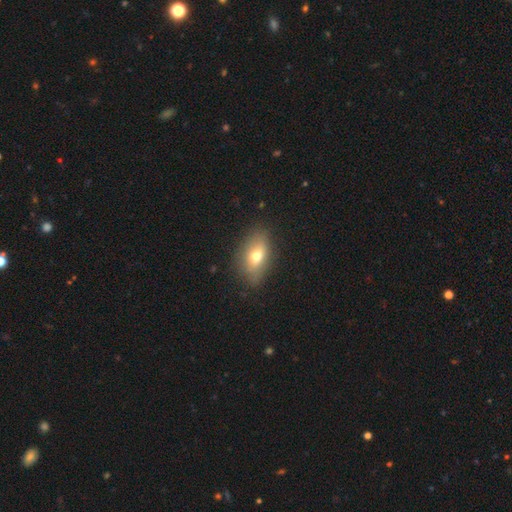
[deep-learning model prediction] Smooth or featured: smooth — 66% (featured or disk — 24%)
How rounded: in between — 84% (round — 12%)
Merging: none — 79% (minor disturbance — 15%)